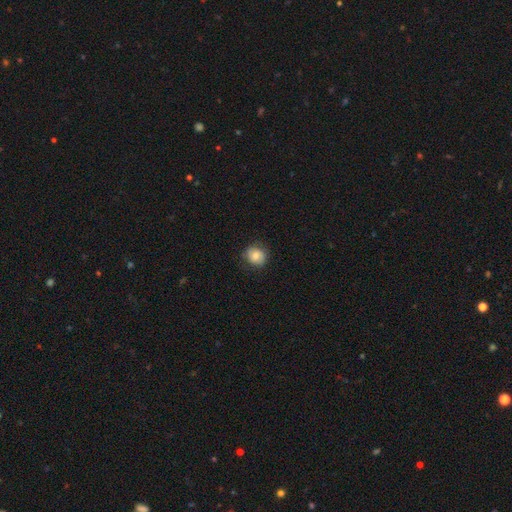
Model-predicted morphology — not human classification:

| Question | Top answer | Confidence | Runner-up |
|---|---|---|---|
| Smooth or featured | smooth | 77% | featured or disk (14%) |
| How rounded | round | 81% | in between (18%) |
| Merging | none | 80% | minor disturbance (15%) |